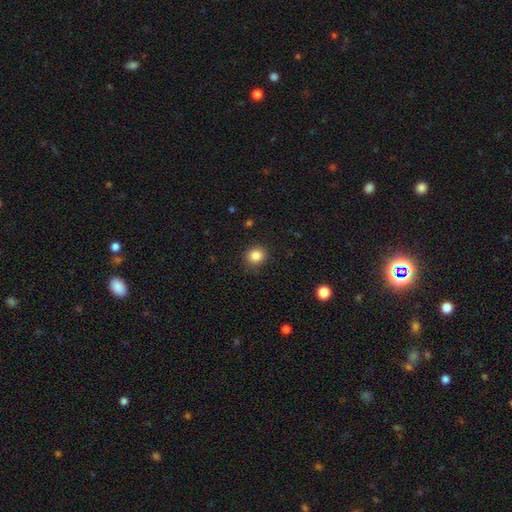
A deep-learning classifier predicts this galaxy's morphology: Smooth or featured?
  - smooth: 85% *
  - star or artifact: 11%
  - featured or disk: 5%
How rounded?
  - round: 85% *
  - in between: 14%
  - cigar-shaped: 1%
Merging?
  - none: 88% *
  - minor disturbance: 9%
  - major disturbance: 3%
  - merger: 1%